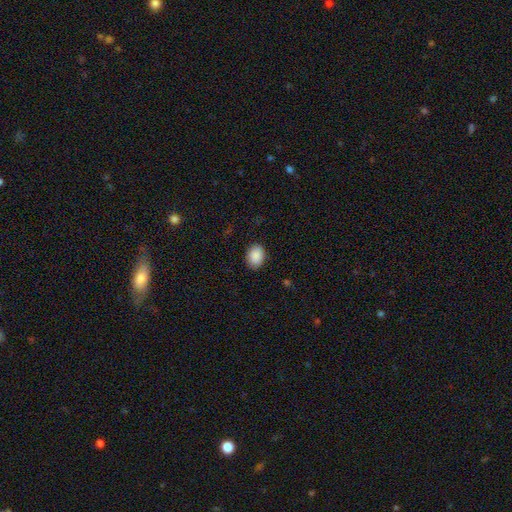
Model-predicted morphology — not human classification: smooth 90%, star or artifact 7%, featured or disk 3%. Down the decision tree: how rounded — in between (71%); merging — none (88%).